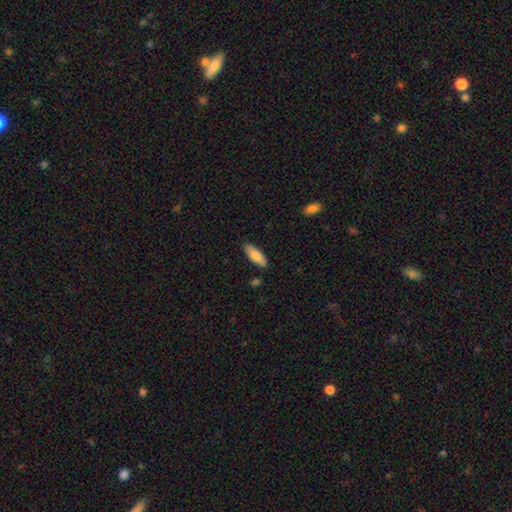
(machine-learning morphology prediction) A smooth galaxy with no disk features (82%) that is in between round and cigar-shaped (62%). Merging: none (86%).